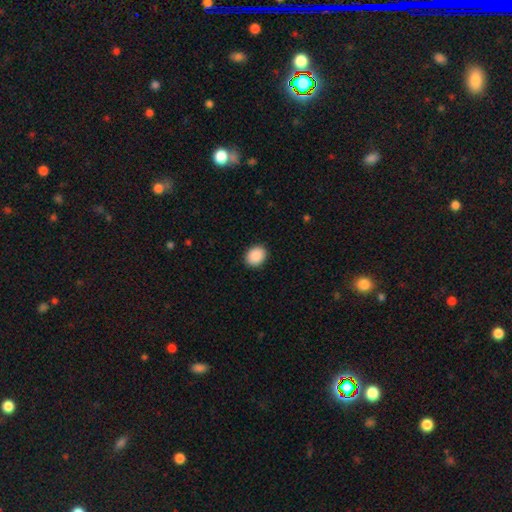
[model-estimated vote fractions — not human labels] Smooth or featured? Predicted: smooth (p=0.90). How rounded? Predicted: round (p=0.58). Merging? Predicted: none (p=0.91).